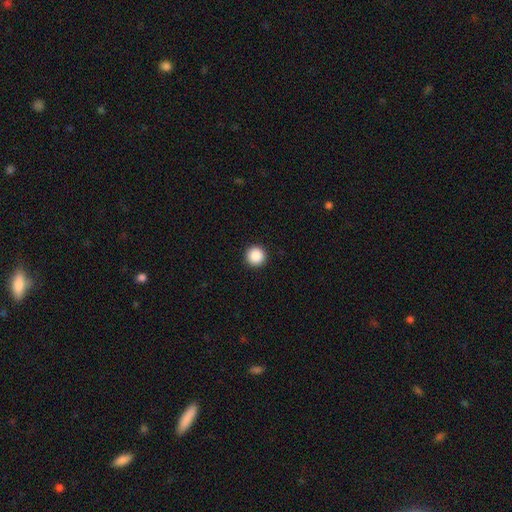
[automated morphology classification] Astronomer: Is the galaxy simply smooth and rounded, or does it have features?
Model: smooth — 88%.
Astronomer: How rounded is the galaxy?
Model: round — 96%.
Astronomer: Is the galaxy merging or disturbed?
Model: none — 94%.